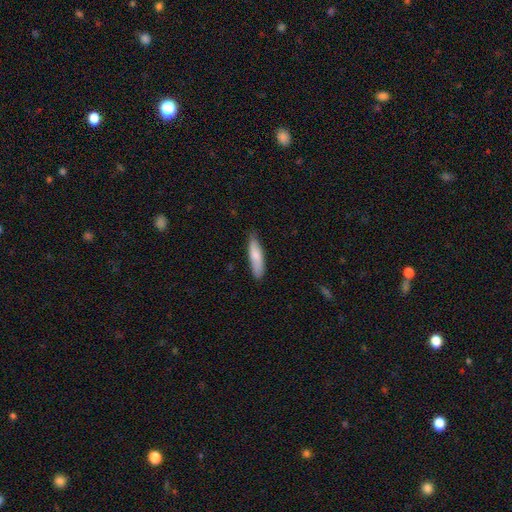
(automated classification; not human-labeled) A smooth galaxy with no disk features (79%) that is cigar-shaped (65%). Merging: none (78%).